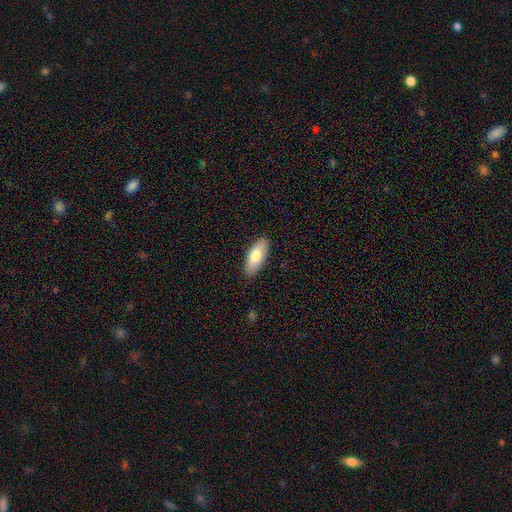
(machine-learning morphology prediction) smooth_or_featured: smooth (p=0.76) [alt: featured or disk p=0.18]
how_rounded: in between (p=0.81) [alt: cigar-shaped p=0.16]
merging: none (p=0.88) [alt: minor disturbance p=0.09]